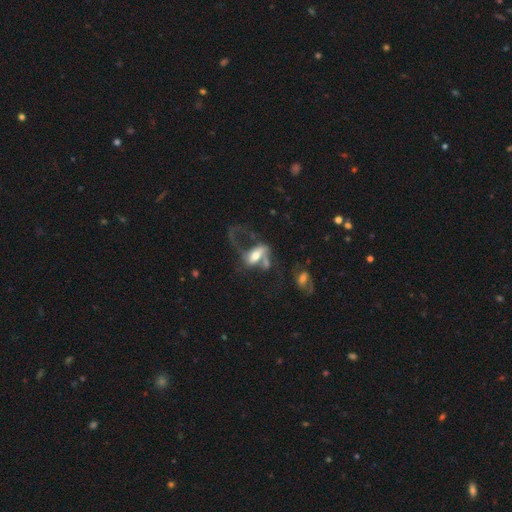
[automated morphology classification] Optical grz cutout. It shows a featured or disk galaxy (62%) with no bar (39%), spiral arms (68%) and a moderate central bulge (59%). Merging: major disturbance (41%).